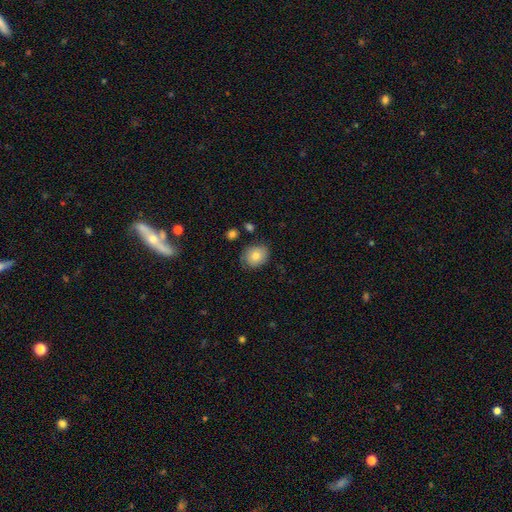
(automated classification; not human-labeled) Smooth or featured? Predicted: smooth (p=0.77). How rounded? Predicted: round (p=0.56). Merging? Predicted: none (p=0.75).